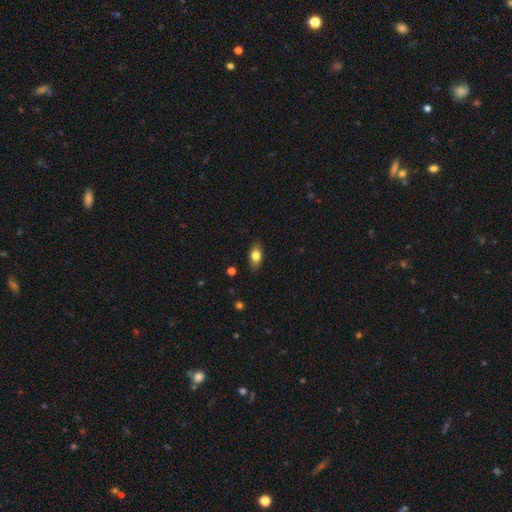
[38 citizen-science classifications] Smooth or featured? 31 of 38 (82%) said smooth. How rounded? 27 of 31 (87%) said in between. Merging? 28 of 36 (78%) said none.